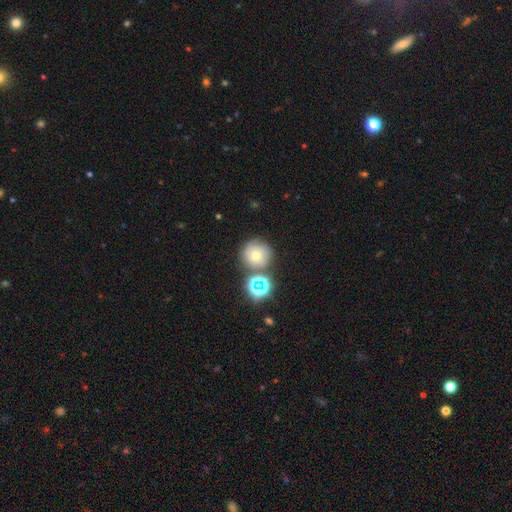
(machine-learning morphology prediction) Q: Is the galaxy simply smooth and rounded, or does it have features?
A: smooth — 56%.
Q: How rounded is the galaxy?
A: round — 92%.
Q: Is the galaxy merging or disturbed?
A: none — 66%.